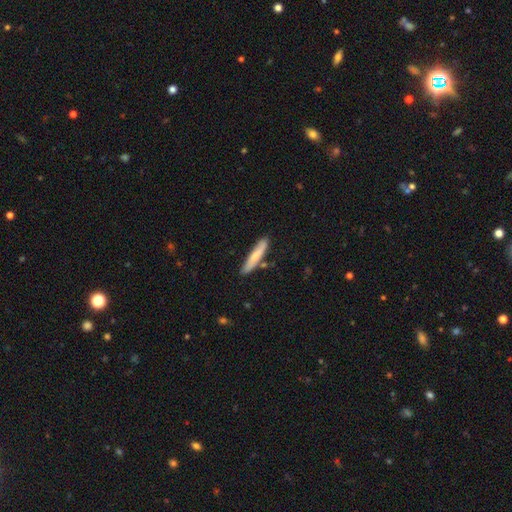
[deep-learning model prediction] smooth-or-featured: smooth: 68% | featured or disk: 27% | star or artifact: 5%
  how-rounded: cigar-shaped: 89% | in between: 10% | round: 1%
  merging: none: 79% | minor disturbance: 14% | merger: 5% | major disturbance: 2%